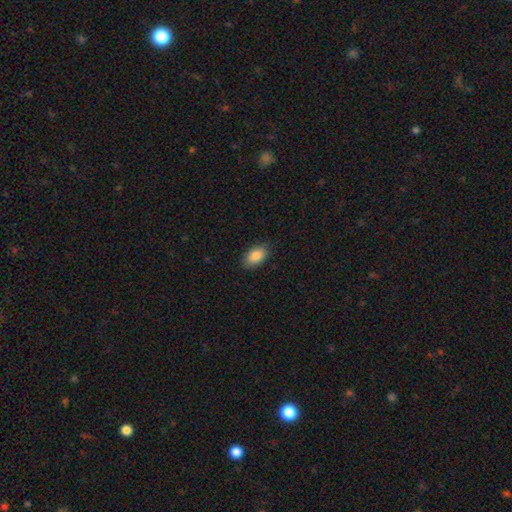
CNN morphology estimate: Overall: smooth (87%). How rounded: in between (92%). Merging: none (85%).